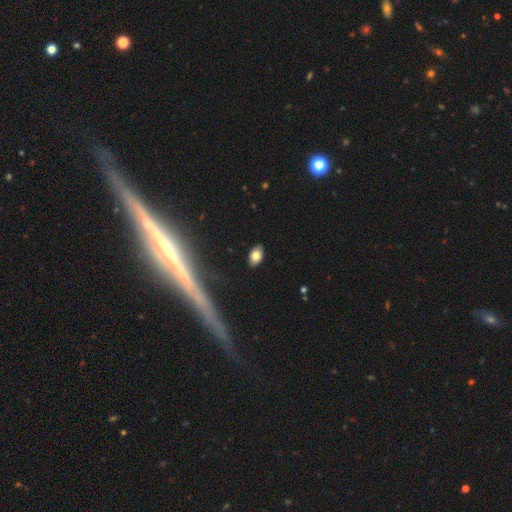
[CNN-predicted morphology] The model was most divided on "smooth or featured": smooth: 79%, featured or disk: 11%, star or artifact: 9%. More confident: how rounded — in between (88%); merging — none (88%).